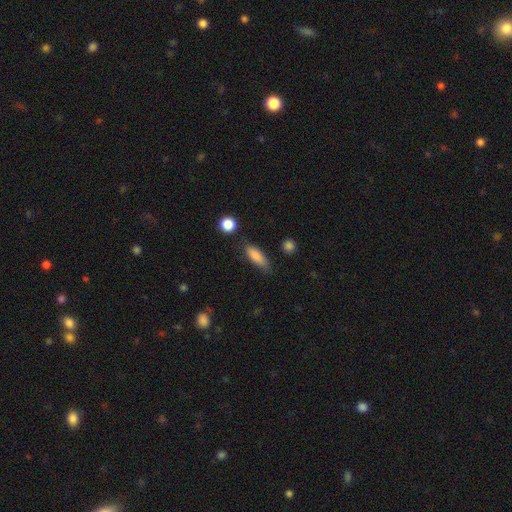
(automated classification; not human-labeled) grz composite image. It shows a smooth galaxy with no disk features (84%) that is in between round and cigar-shaped (59%). Merging: none (72%).